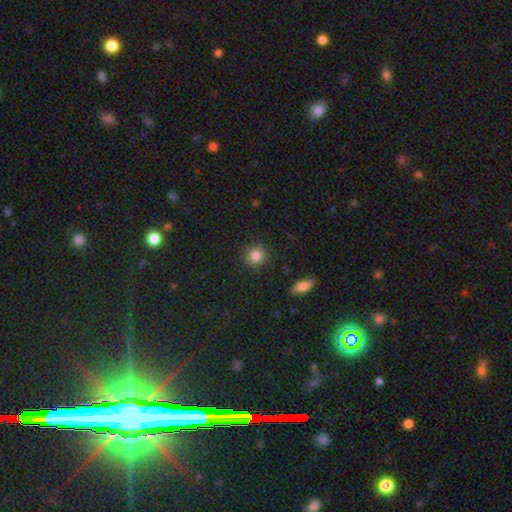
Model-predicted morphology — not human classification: A smooth galaxy with no disk features (84%) that is round (91%).

Vote fractions:
- Smooth or featured? smooth: 84% / star or artifact: 10% / featured or disk: 5%
- How rounded? round: 91% / in between: 8% / cigar-shaped: 1%
- Merging? none: 89% / minor disturbance: 7% / major disturbance: 2% / merger: 1%